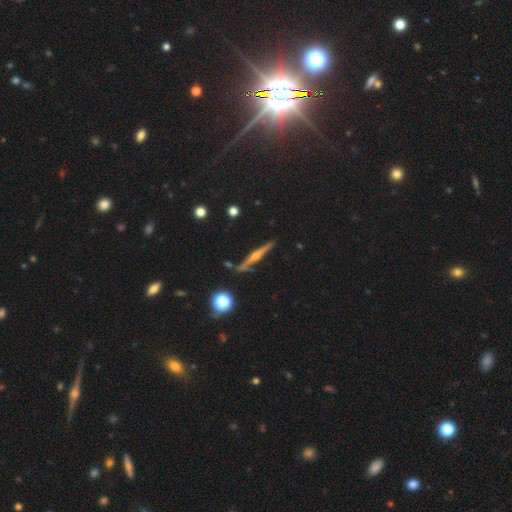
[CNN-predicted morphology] The model was most divided on "smooth or featured": featured or disk: 77%, smooth: 15%, star or artifact: 8%. More confident: edge-on disk — yes (97%); edge-on bulge — rounded (88%); merging — none (84%).